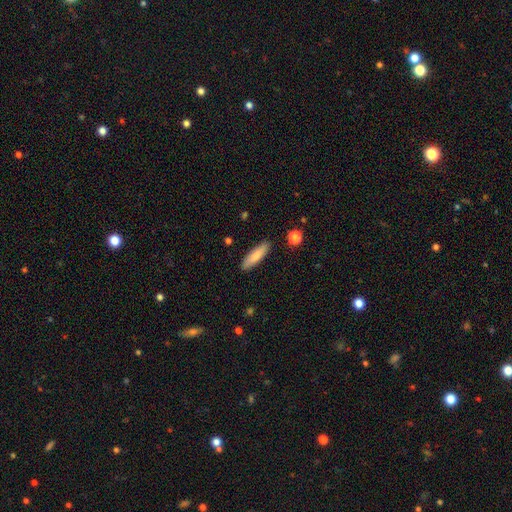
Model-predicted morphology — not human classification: Smooth or featured: smooth — 81% (featured or disk — 13%)
How rounded: cigar-shaped — 68% (in between — 31%)
Merging: none — 89% (minor disturbance — 8%)